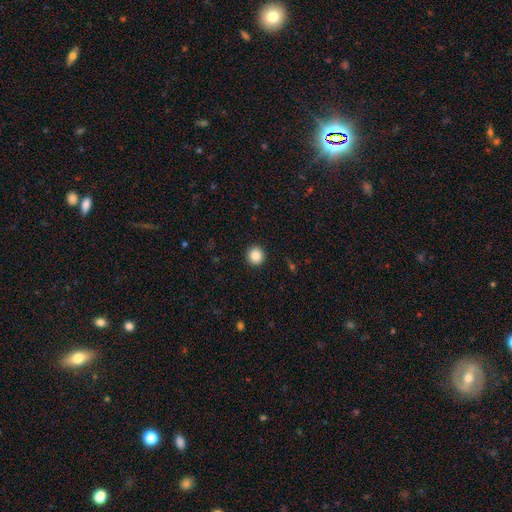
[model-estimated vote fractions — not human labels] smooth-or-featured: smooth: 86% | star or artifact: 10% | featured or disk: 5%
  how-rounded: round: 94% | in between: 5% | cigar-shaped: 1%
  merging: none: 92% | minor disturbance: 5% | major disturbance: 2% | merger: 1%